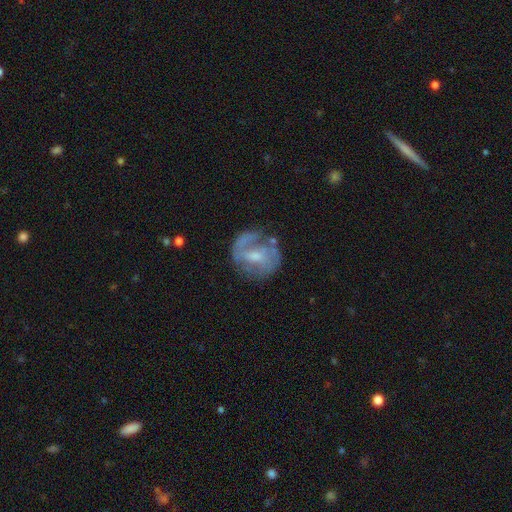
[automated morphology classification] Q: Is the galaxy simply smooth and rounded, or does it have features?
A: featured or disk — 66%.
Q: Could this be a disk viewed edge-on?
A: no — 97%.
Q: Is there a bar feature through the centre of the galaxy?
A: weak — 47%.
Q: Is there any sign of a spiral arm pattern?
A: yes — 68%.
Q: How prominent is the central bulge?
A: moderate — 48%.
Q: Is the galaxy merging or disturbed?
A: none — 59%.